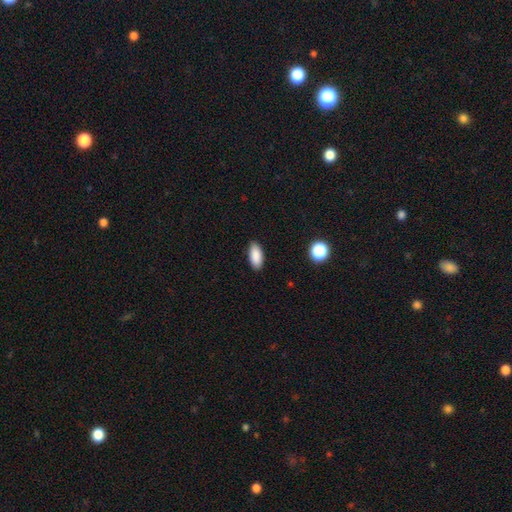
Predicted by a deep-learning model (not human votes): A smooth galaxy with no disk features (89%) that is in between round and cigar-shaped (88%). Merging: none (88%).